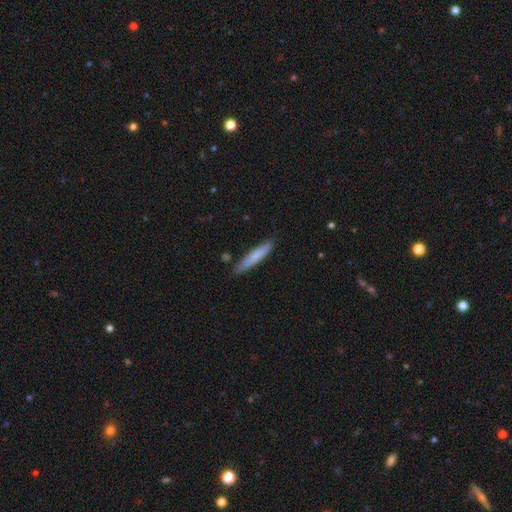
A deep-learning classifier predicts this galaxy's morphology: The model was most divided on "smooth or featured": smooth: 74%, featured or disk: 21%, star or artifact: 6%. More confident: how rounded — cigar-shaped (92%); merging — none (82%).